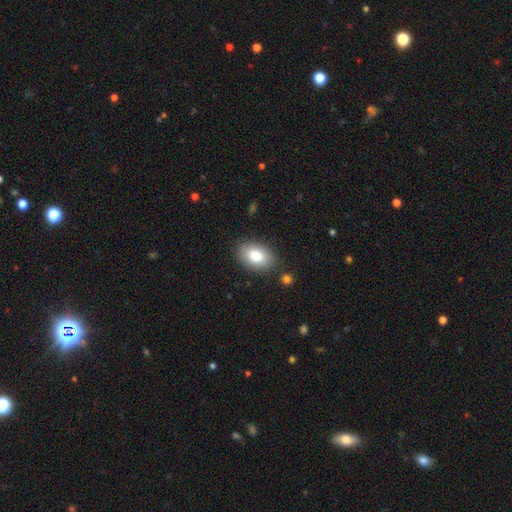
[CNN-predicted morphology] Overall: smooth (82%). How rounded: in between (88%). Merging: none (85%).